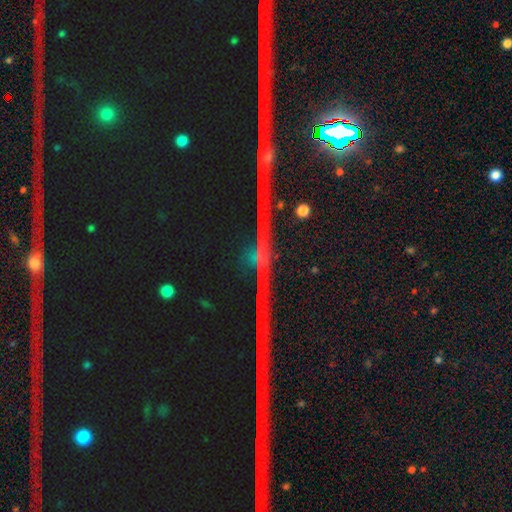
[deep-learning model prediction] This appears to be a star or artifact, not a galaxy (79%).